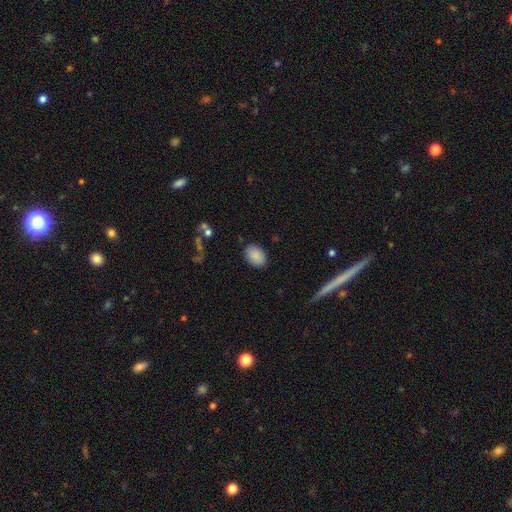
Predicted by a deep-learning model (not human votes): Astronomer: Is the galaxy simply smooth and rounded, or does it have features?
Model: smooth — 88%.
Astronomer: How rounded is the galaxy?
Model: in between — 81%.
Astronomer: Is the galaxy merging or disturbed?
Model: none — 86%.